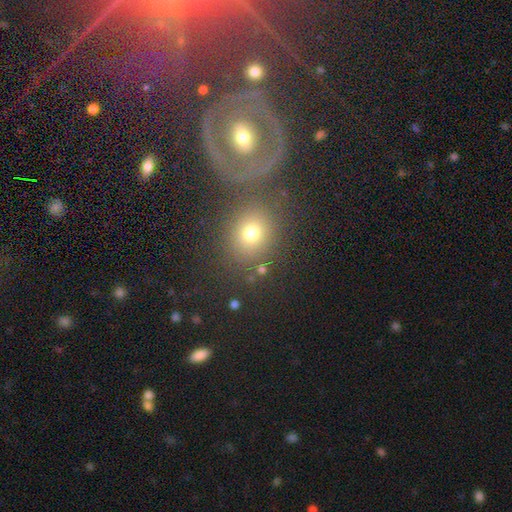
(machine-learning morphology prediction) A smooth galaxy with no disk features (41%). Merging: none (71%).